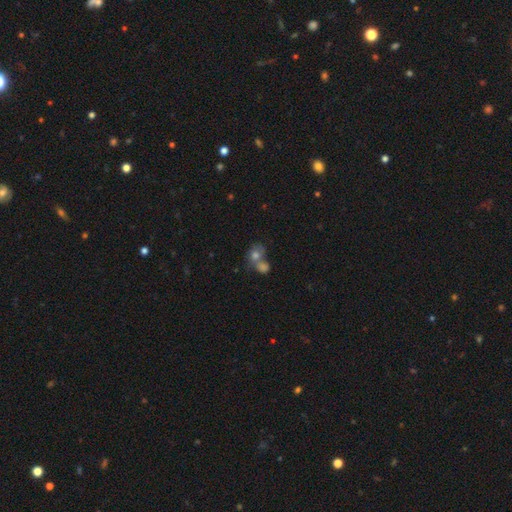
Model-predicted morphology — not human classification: Q: Smooth or featured?
A: smooth (64%); runner-up: featured or disk (19%)
Q: How rounded?
A: round (66%); runner-up: in between (33%)
Q: Merging?
A: merger (50%); runner-up: none (36%)